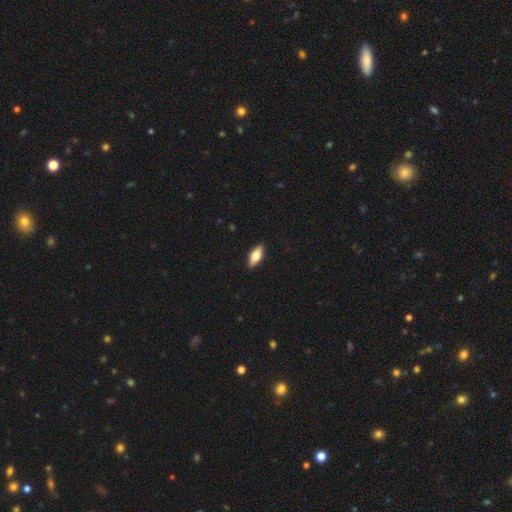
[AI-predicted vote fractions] Smooth or featured? Predicted: smooth (p=0.68). How rounded? Predicted: in between (p=0.80). Merging? Predicted: none (p=0.90).